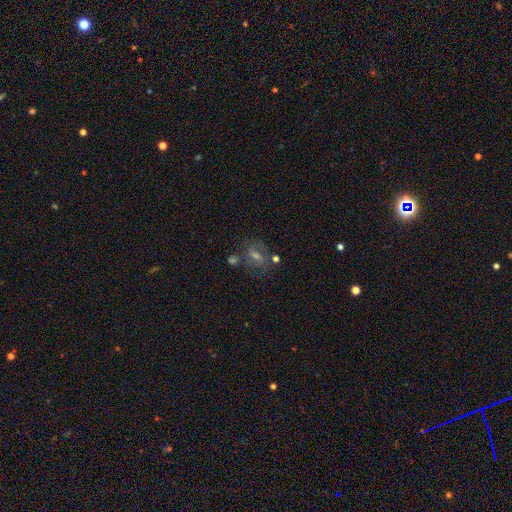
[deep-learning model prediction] Smooth or featured? featured or disk (47%)
Merging? none (61%)